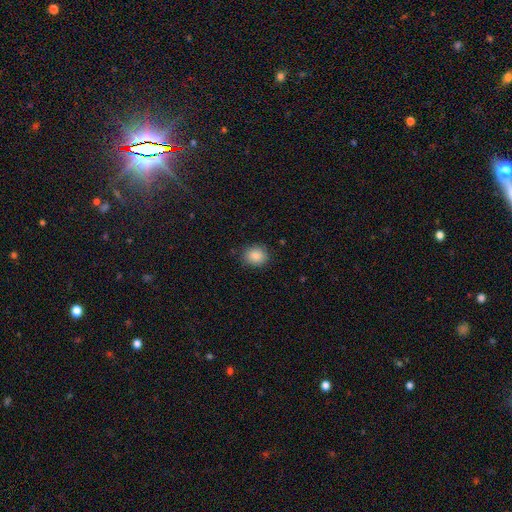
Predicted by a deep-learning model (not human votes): Morphology: type=smooth (87%); roundness=round (64%); merging=none (85%).